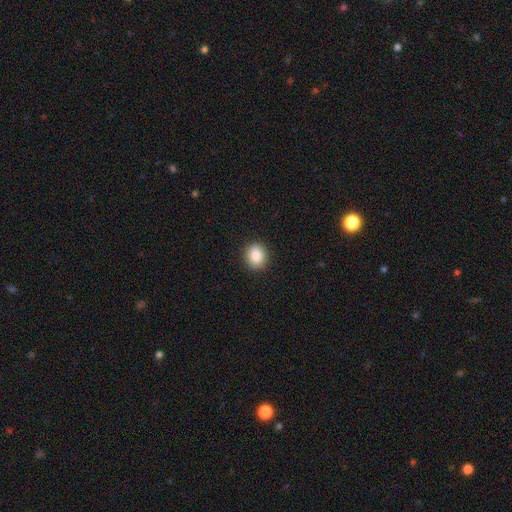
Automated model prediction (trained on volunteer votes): This is clearly a smooth galaxy (87%). How rounded: likely round (70%). Merging: clearly none (91%).